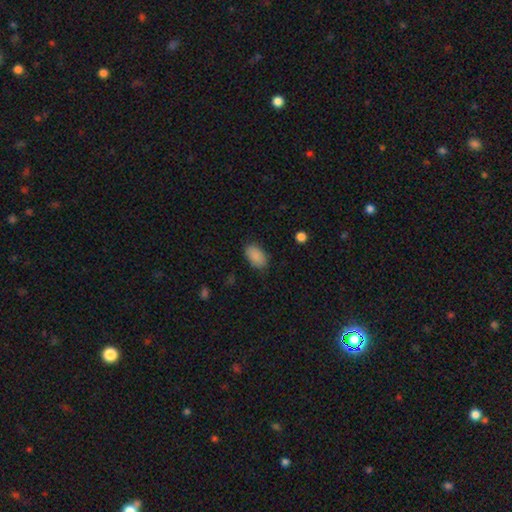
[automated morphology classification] Smooth or featured? Predicted: smooth (p=0.88). How rounded? Predicted: in between (p=0.91). Merging? Predicted: none (p=0.81).